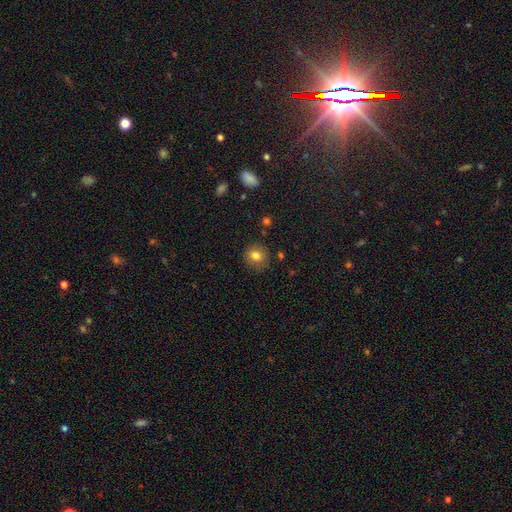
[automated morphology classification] This appears to be a smooth galaxy with no disk features (81%) that is round (86%). Merging: none (86%).